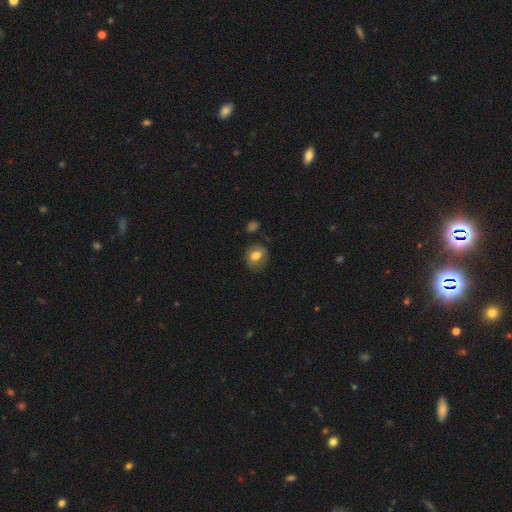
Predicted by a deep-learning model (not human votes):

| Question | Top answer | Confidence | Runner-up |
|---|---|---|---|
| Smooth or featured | smooth | 71% | featured or disk (20%) |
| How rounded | round | 58% | in between (40%) |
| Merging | none | 73% | minor disturbance (18%) |